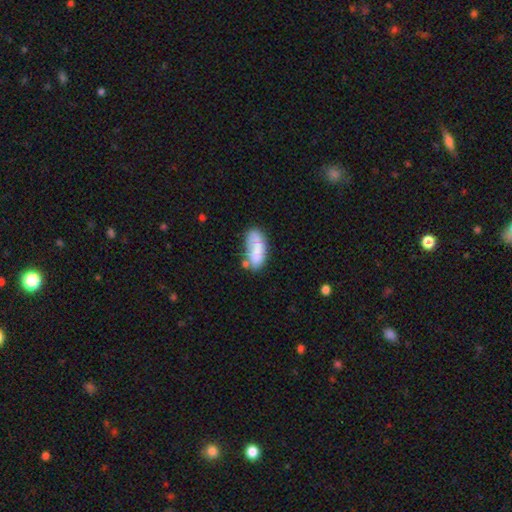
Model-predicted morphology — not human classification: This is likely a smooth galaxy (67%). How rounded: clearly in between (86%). Merging: marginally none (45%).